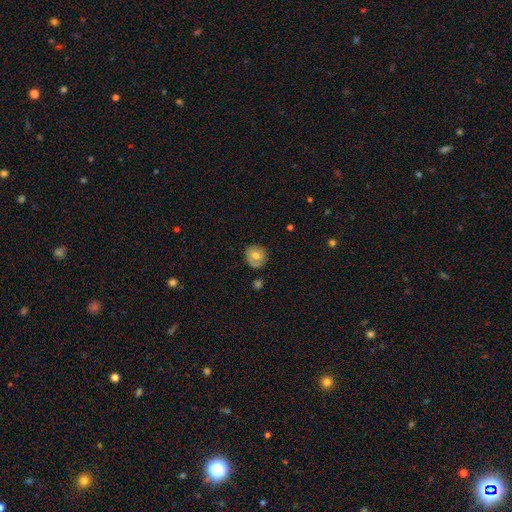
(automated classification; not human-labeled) Morphology: type=smooth (57%); roundness=round (85%); merging=none (78%).